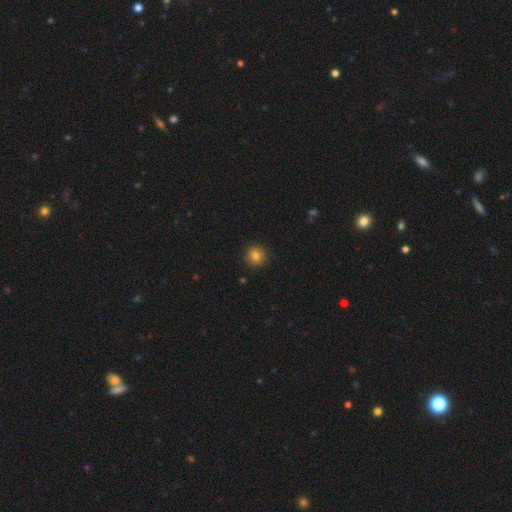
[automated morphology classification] The model was most divided on "smooth or featured": smooth: 81%, star or artifact: 11%, featured or disk: 7%. More confident: merging — none (91%); how rounded — round (90%).